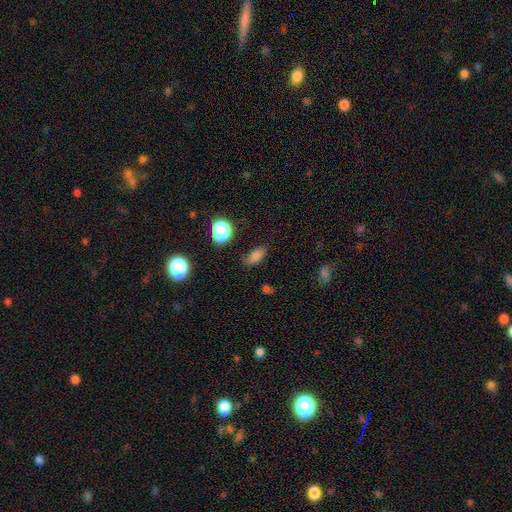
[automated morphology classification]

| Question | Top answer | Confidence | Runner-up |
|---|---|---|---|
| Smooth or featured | smooth | 76% | star or artifact (16%) |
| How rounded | in between | 84% | round (10%) |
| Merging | none | 77% | minor disturbance (17%) |